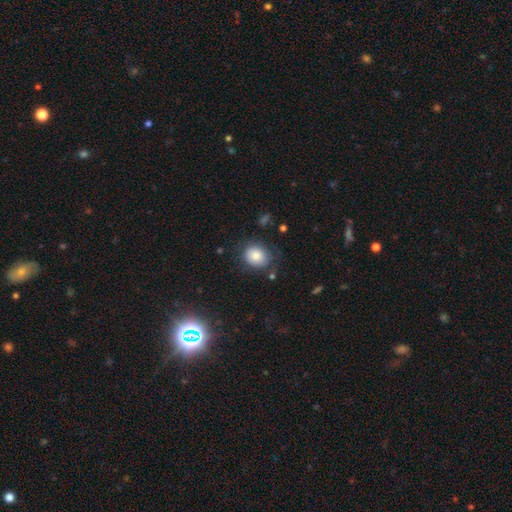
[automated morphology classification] Smooth or featured? smooth (81%)
How rounded? round (68%)
Merging? none (72%)